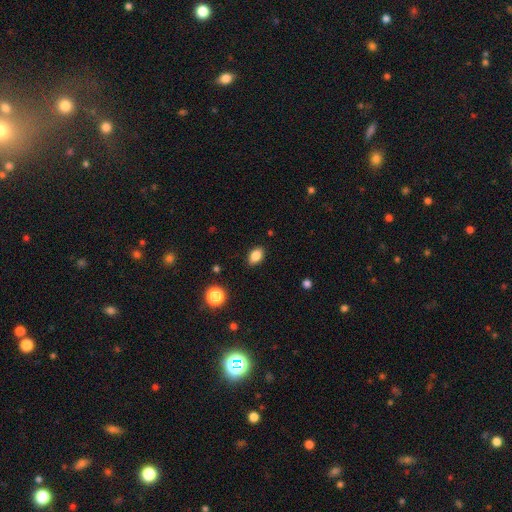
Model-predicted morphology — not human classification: Smooth or featured?
  - smooth: 85% *
  - star or artifact: 10%
  - featured or disk: 5%
How rounded?
  - in between: 85% *
  - round: 14%
  - cigar-shaped: 2%
Merging?
  - none: 88% *
  - minor disturbance: 9%
  - major disturbance: 2%
  - merger: 1%